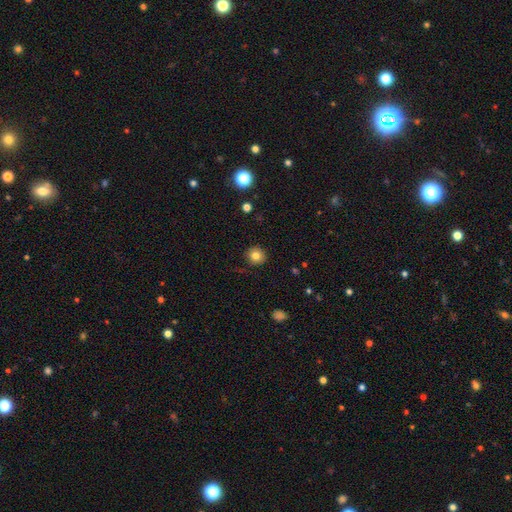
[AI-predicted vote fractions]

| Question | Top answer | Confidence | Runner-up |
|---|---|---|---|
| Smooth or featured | smooth | 81% | star or artifact (12%) |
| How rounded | round | 91% | in between (8%) |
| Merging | none | 90% | minor disturbance (7%) |